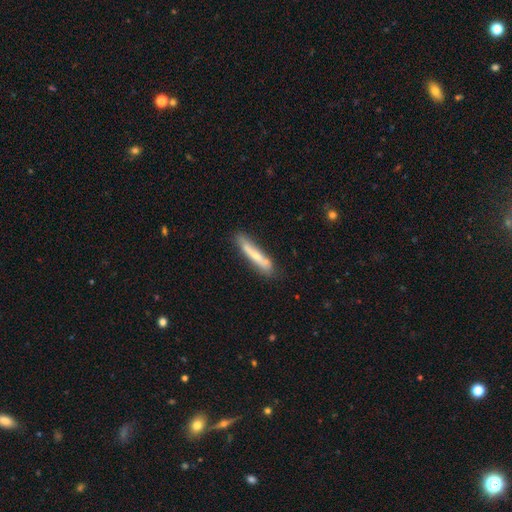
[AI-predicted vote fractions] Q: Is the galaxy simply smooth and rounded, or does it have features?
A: smooth — 57%.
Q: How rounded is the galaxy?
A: cigar-shaped — 91%.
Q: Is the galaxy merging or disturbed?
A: none — 74%.